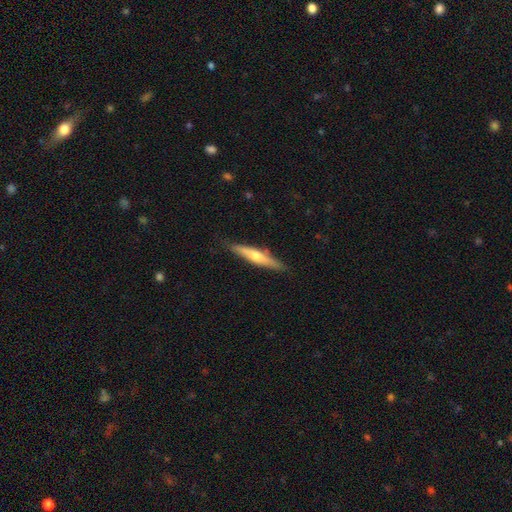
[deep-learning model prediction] Smooth or featured? Predicted: featured or disk (p=0.56). Edge-on disk? Predicted: yes (p=0.92). Edge-on bulge? Predicted: rounded (p=0.85). Merging? Predicted: none (p=0.85).